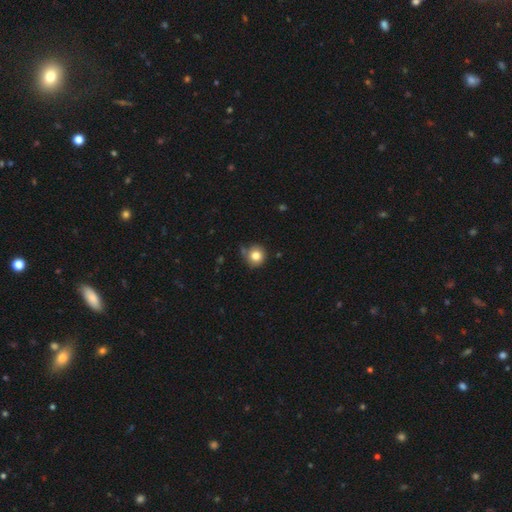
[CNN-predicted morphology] This is clearly a smooth galaxy (81%). How rounded: clearly round (93%). Merging: likely none (75%).